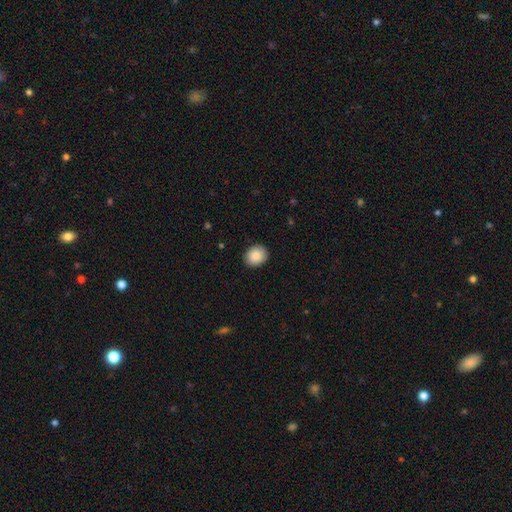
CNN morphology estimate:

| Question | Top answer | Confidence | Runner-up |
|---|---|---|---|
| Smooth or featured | smooth | 88% | star or artifact (7%) |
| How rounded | round | 62% | in between (37%) |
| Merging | none | 89% | minor disturbance (8%) |